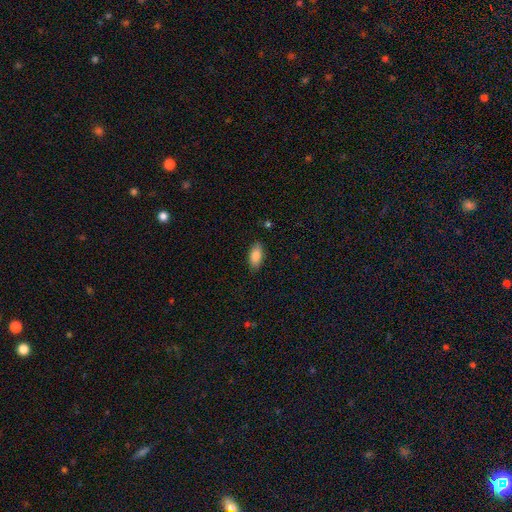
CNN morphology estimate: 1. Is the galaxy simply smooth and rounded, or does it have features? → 86% smooth, 8% featured or disk, 7% star or artifact.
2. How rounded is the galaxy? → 90% in between, 8% cigar-shaped, 2% round.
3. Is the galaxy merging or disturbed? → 87% none, 10% minor disturbance, 2% major disturbance, 1% merger.